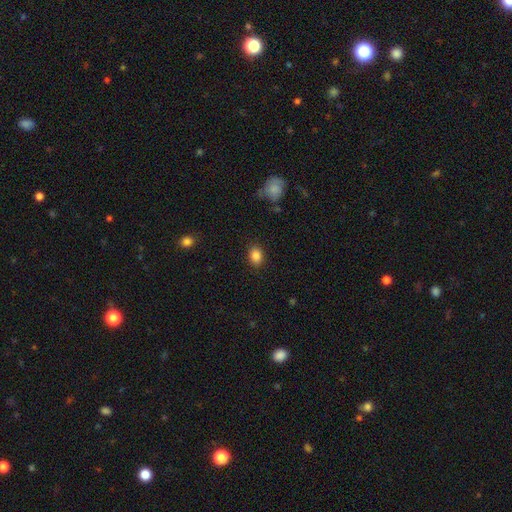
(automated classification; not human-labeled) Smooth or featured: smooth — 86% (star or artifact — 9%)
How rounded: in between — 67% (round — 32%)
Merging: none — 87% (minor disturbance — 9%)